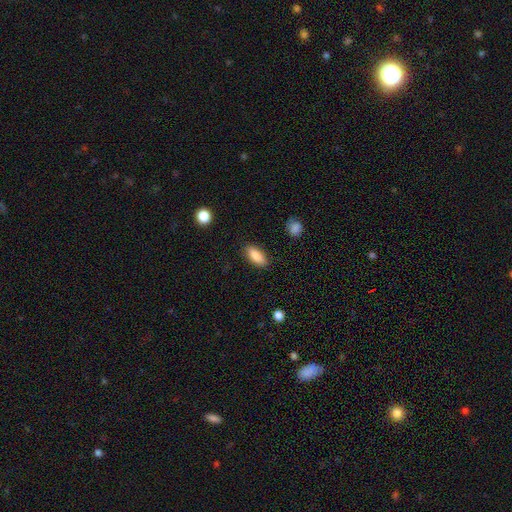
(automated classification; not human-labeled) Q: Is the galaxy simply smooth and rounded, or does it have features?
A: smooth — 86%.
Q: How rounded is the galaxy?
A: in between — 83%.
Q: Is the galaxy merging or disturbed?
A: none — 86%.